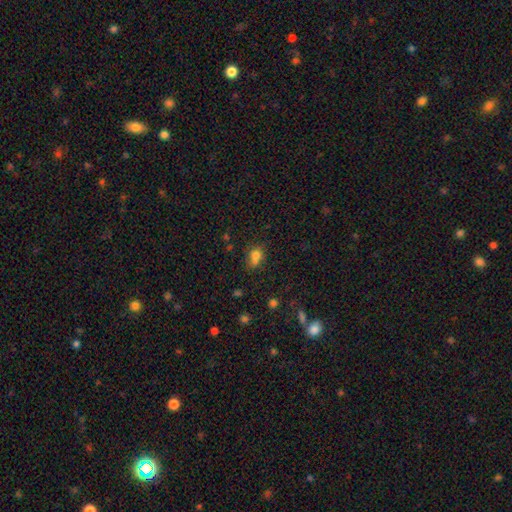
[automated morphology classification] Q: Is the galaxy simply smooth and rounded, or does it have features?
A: smooth — 73%.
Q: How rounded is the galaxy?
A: round — 54%.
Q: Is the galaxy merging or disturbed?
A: none — 45%.